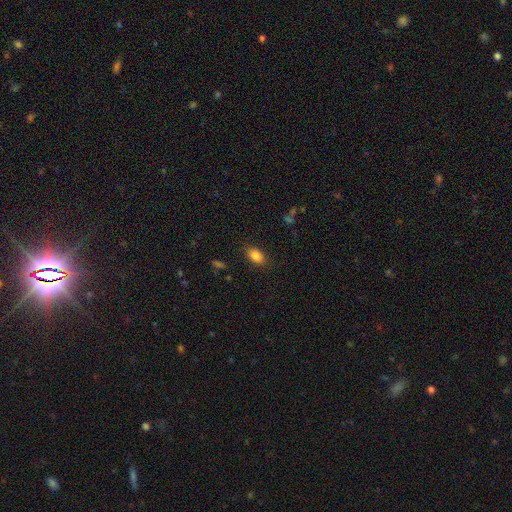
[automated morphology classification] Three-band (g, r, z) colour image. It shows a smooth galaxy with no disk features (84%) that is in between round and cigar-shaped (84%). Merging: none (86%).